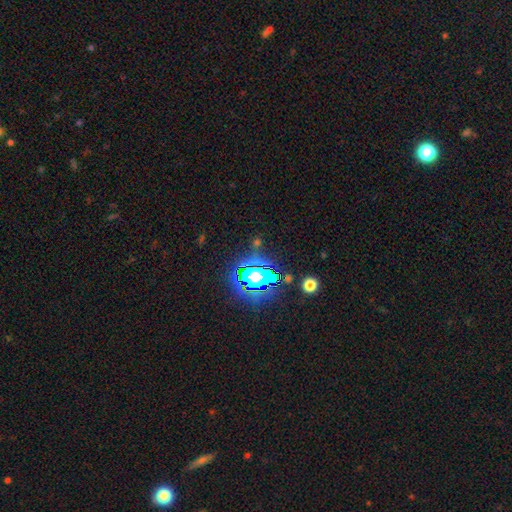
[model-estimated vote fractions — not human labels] Smooth or featured? star or artifact (75%)